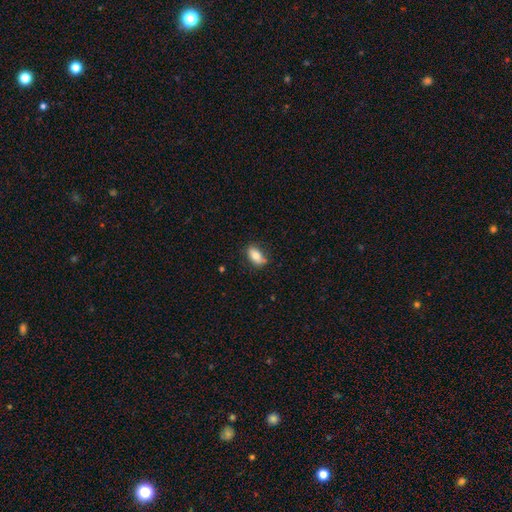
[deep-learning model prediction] Smooth or featured? smooth (76%)
How rounded? in between (89%)
Merging? none (74%)